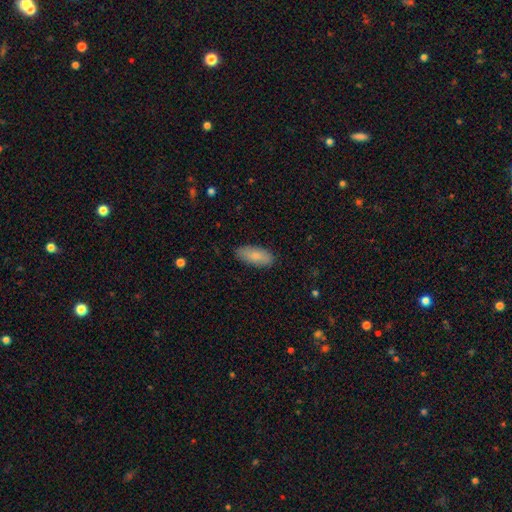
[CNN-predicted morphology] smooth 84%, featured or disk 10%, star or artifact 6%. Down the decision tree: how rounded — in between (83%); merging — none (86%).